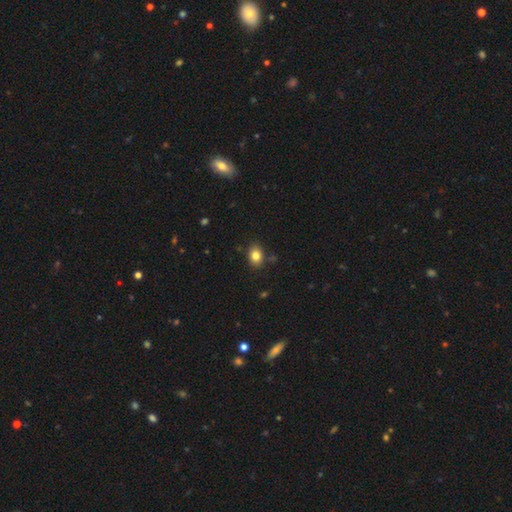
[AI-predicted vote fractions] The model was most divided on "how rounded": in between: 63%, round: 36%, cigar-shaped: 1%. More confident: merging — none (84%); smooth or featured — smooth (84%).